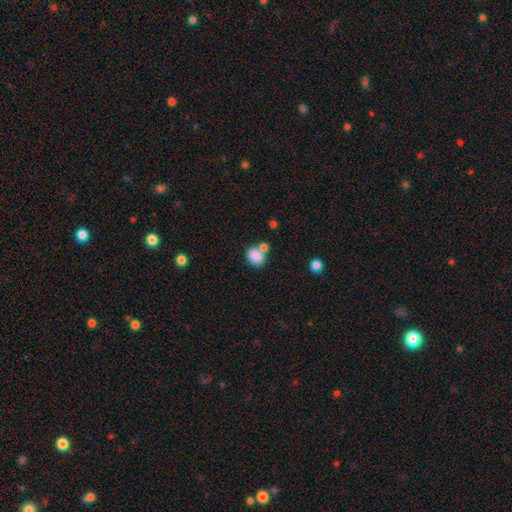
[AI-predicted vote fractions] Smooth or featured: smooth — 83% (star or artifact — 9%)
How rounded: in between — 56% (round — 43%)
Merging: none — 51% (merger — 31%)